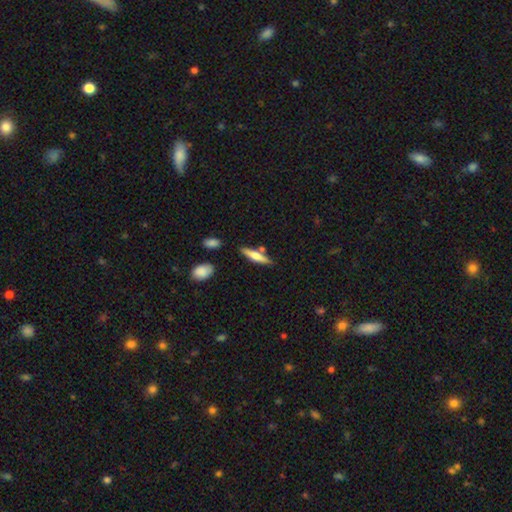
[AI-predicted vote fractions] The model was most divided on "smooth or featured": smooth: 57%, featured or disk: 37%, star or artifact: 6%. More confident: how rounded — cigar-shaped (79%); merging — none (77%).